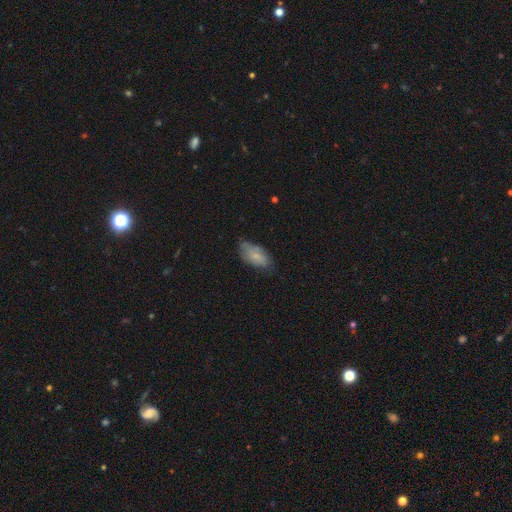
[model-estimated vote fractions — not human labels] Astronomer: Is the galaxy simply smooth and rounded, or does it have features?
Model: smooth — 65%.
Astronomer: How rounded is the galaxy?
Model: in between — 91%.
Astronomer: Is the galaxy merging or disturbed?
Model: none — 58%.